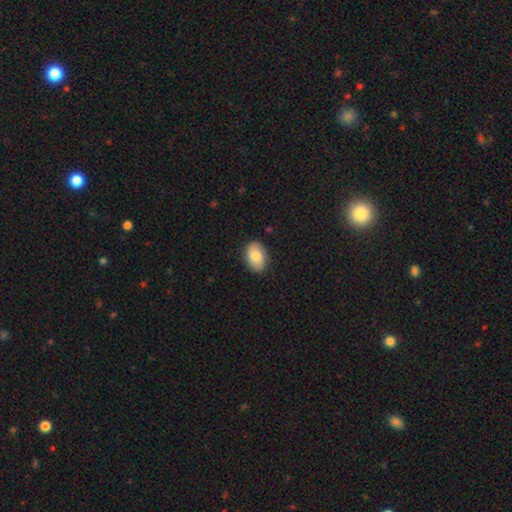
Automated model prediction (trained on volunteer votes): smooth-or-featured: smooth: 78% | featured or disk: 16% | star or artifact: 7%
  how-rounded: in between: 85% | round: 14% | cigar-shaped: 1%
  merging: none: 85% | minor disturbance: 12% | major disturbance: 2% | merger: 1%